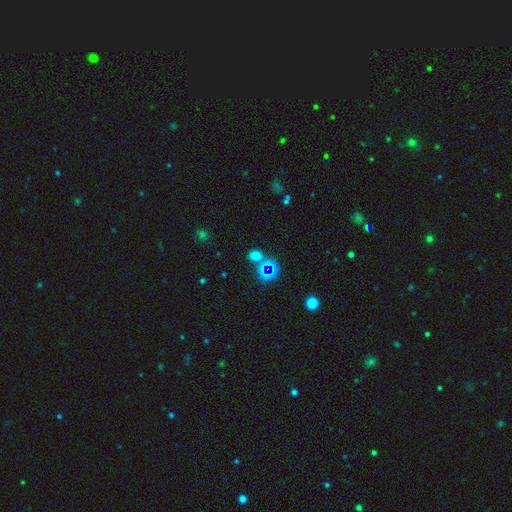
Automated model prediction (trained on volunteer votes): Smooth or featured? smooth (55%)
How rounded? round (67%)
Merging? none (69%)